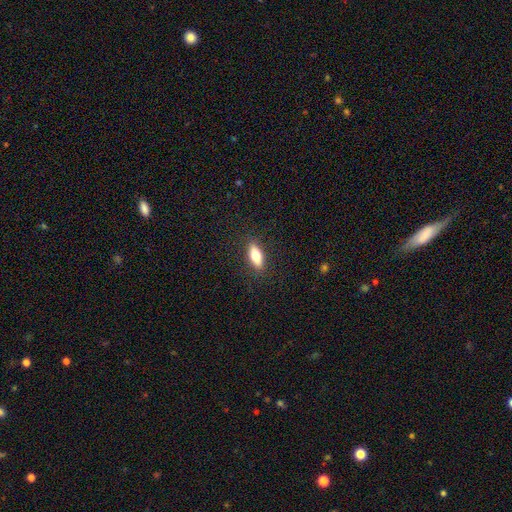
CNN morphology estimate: Smooth or featured: smooth — 76% (featured or disk — 18%)
How rounded: in between — 65% (cigar-shaped — 32%)
Merging: none — 88% (minor disturbance — 9%)